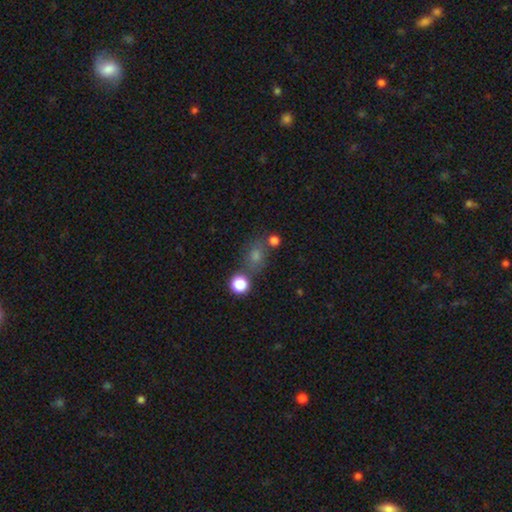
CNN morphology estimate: smooth_or_featured: smooth (p=0.57) [alt: star or artifact p=0.31]
how_rounded: round (p=0.61) [alt: in between p=0.36]
merging: none (p=0.68) [alt: merger p=0.15]